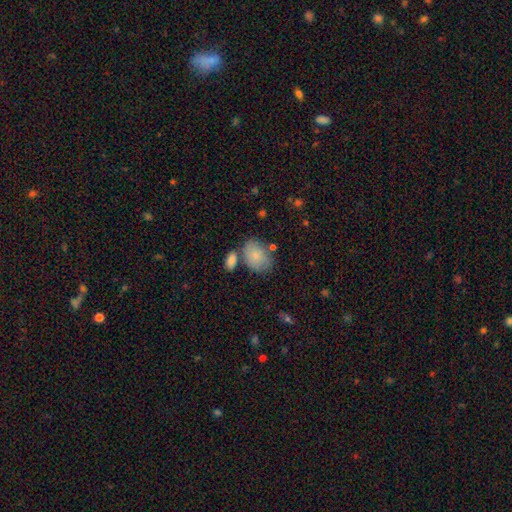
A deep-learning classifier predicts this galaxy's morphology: Smooth or featured? smooth (81%)
How rounded? in between (75%)
Merging? none (60%)